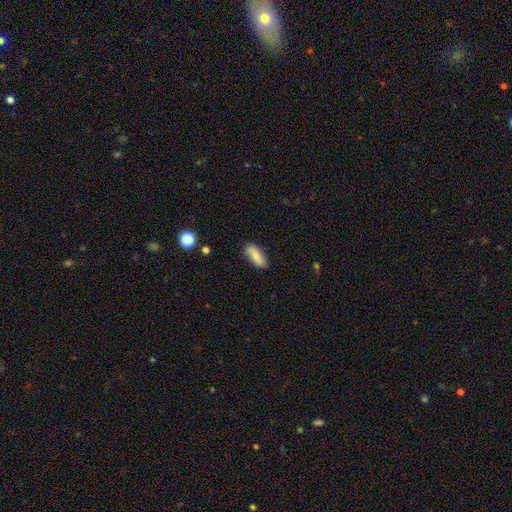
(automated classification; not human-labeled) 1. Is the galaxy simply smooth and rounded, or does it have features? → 78% smooth, 15% featured or disk, 7% star or artifact.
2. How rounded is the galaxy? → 74% in between, 23% cigar-shaped, 3% round.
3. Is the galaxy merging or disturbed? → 85% none, 11% minor disturbance, 2% major disturbance, 2% merger.